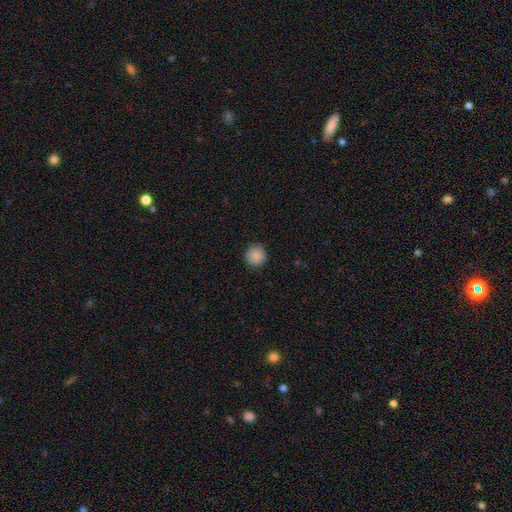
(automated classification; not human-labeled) This is clearly a smooth galaxy (88%). How rounded: clearly round (93%). Merging: clearly none (90%).